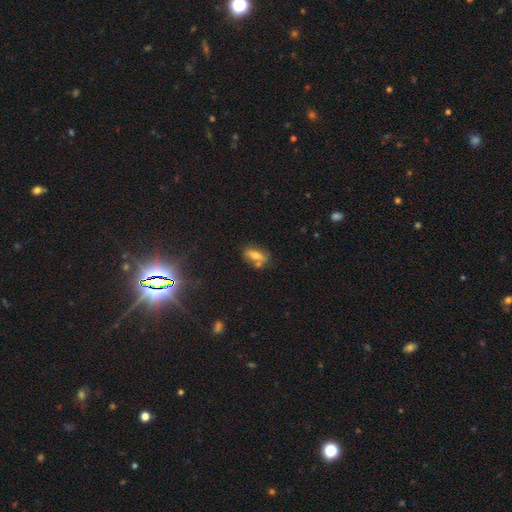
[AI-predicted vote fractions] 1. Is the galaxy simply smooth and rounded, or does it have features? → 57% smooth, 32% featured or disk, 12% star or artifact.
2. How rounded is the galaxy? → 71% in between, 21% cigar-shaped, 8% round.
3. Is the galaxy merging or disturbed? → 63% none, 18% minor disturbance, 14% merger, 6% major disturbance.